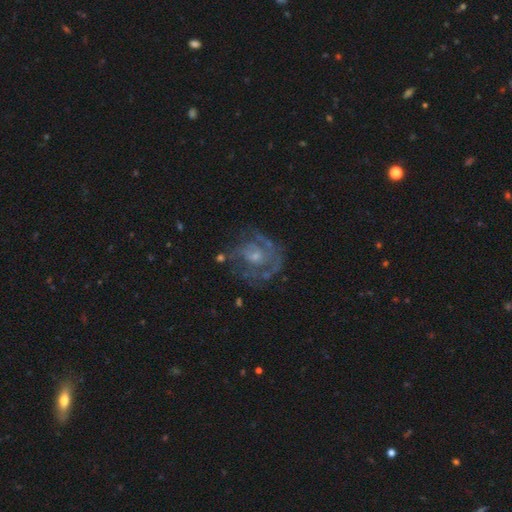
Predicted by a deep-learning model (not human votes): Smooth or featured? featured or disk (79%)
Edge-on disk? no (98%)
Bar? no (71%)
Spiral arms? yes (77%)
Spiral winding? tight (46%)
Spiral arm count? can't tell (36%)
Bulge size? small (59%)
Merging? none (59%)